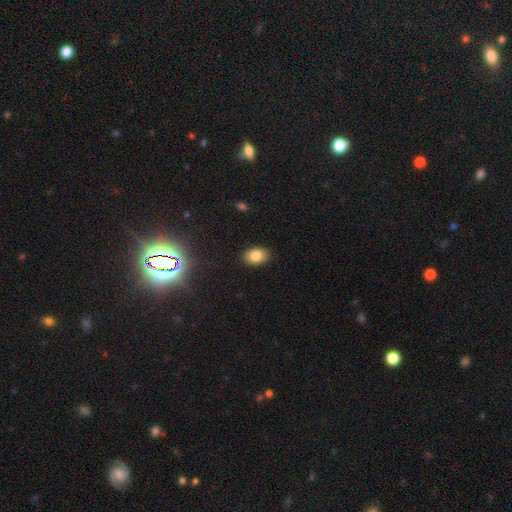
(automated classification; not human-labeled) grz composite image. It shows a smooth galaxy with no disk features (83%) that is in between round and cigar-shaped (83%). Merging: none (89%).